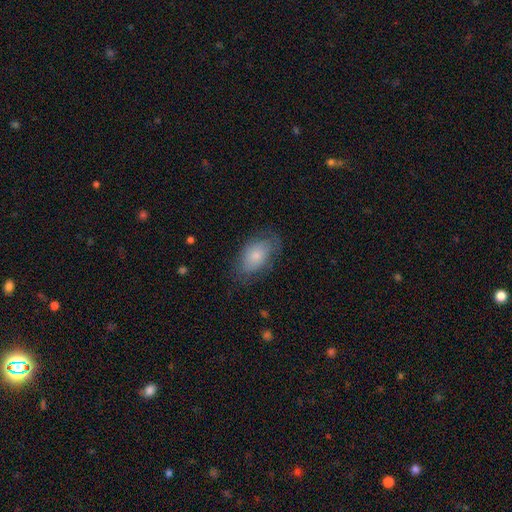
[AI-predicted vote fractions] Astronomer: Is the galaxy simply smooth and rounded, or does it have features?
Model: smooth — 72%.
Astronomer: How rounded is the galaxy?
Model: in between — 91%.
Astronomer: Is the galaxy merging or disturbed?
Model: none — 68%.